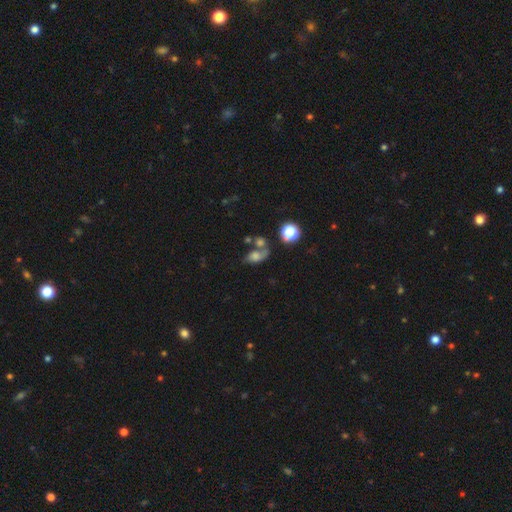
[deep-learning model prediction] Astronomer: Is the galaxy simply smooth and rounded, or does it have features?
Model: smooth — 58%.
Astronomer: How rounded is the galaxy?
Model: in between — 74%.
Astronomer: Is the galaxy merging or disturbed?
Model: merger — 41% (runner-up: none, 28%).